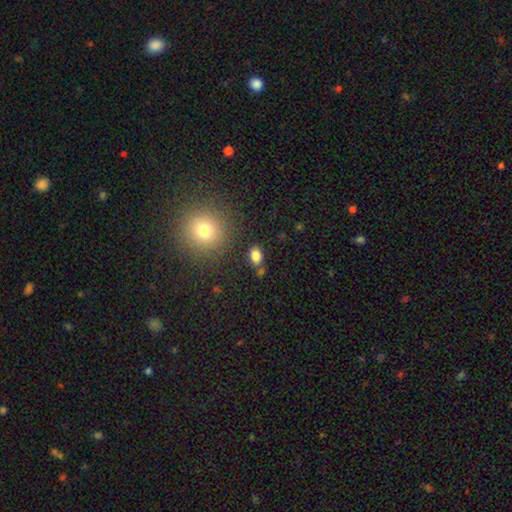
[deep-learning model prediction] This appears to be a smooth galaxy with no disk features (82%) that is in between round and cigar-shaped (72%). Merging: none (79%).